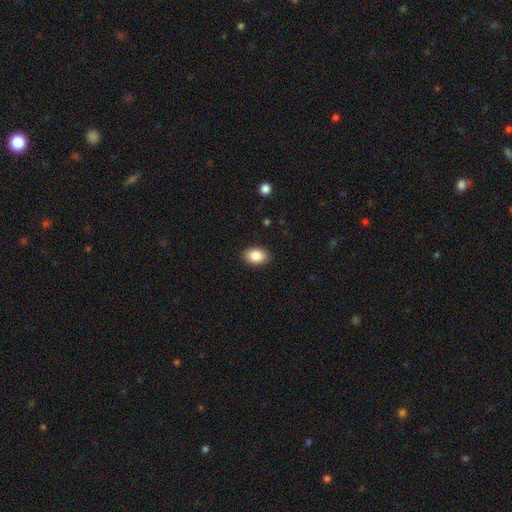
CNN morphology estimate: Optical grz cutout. It shows a smooth galaxy with no disk features (87%) that is in between round and cigar-shaped (86%). Merging: none (89%).